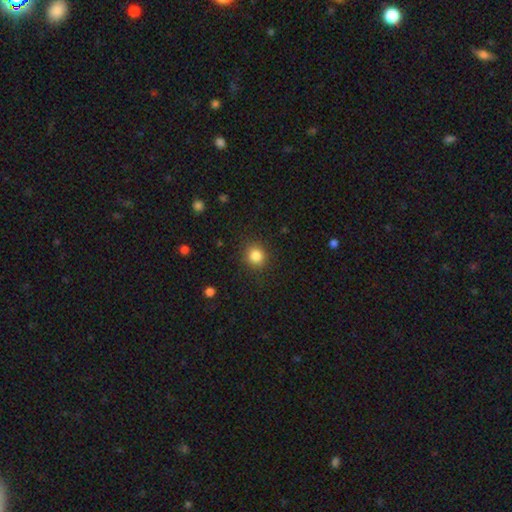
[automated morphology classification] Smooth or featured? smooth (85%)
How rounded? round (87%)
Merging? none (88%)